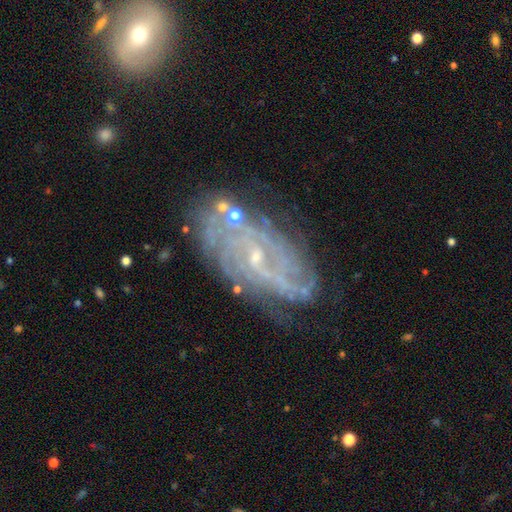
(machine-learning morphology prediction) The model was most divided on "bar": no: 58%, weak: 32%, strong: 10%. Remaining: edge-on disk — no (94%); spiral arms — yes (91%); smooth or featured — featured or disk (83%); bulge size — small (82%); merging — none (66%); spiral winding — tight (60%); spiral arm count — can't tell (43%).